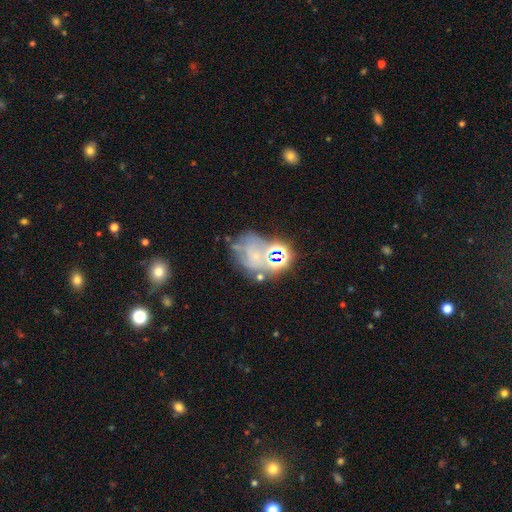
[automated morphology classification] Q: Smooth or featured?
A: featured or disk (43%); runner-up: star or artifact (30%)
Q: Merging?
A: none (42%); runner-up: major disturbance (21%)